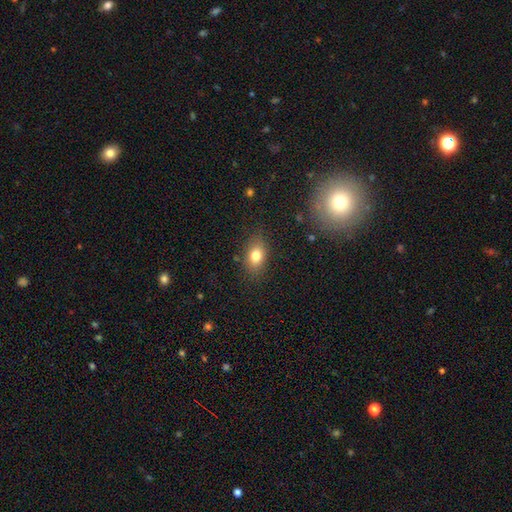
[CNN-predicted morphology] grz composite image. It shows a smooth galaxy with no disk features (79%) that is in between round and cigar-shaped (79%). Merging: none (82%).